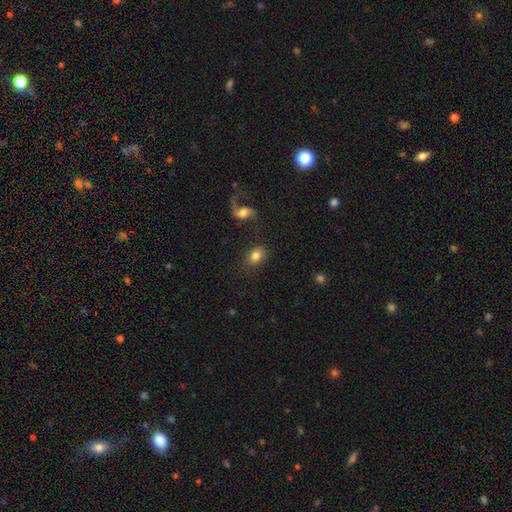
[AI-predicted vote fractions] Q: Smooth or featured?
A: smooth (81%); runner-up: featured or disk (11%)
Q: How rounded?
A: in between (71%); runner-up: round (28%)
Q: Merging?
A: none (79%); runner-up: minor disturbance (11%)